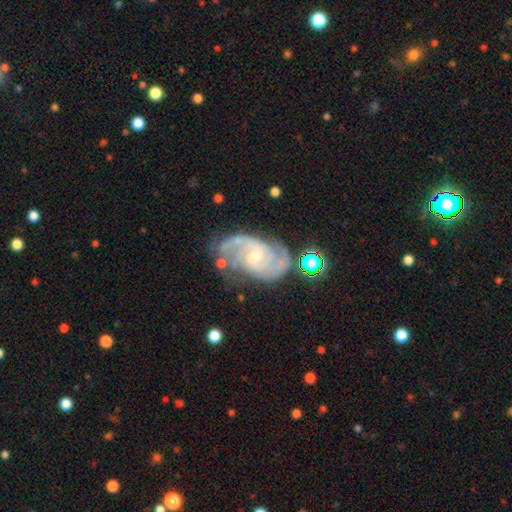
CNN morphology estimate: type=featured or disk (89%); edge-on=no (97%); bar=weak (45%, tied with no); spiral arms=yes (98%); winding=medium (54%); arm count=2 (77%); bulge=small (72%); merging=none (65%).